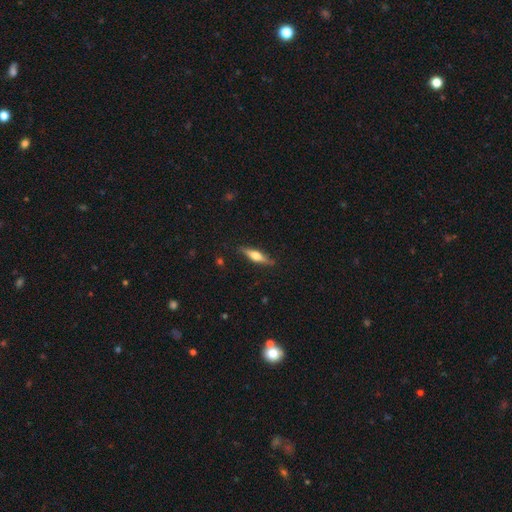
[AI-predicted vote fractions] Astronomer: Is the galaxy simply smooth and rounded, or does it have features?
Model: featured or disk — 52% (runner-up: smooth, 42%).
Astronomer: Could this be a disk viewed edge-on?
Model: yes — 94%.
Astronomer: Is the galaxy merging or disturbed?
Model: none — 85%.